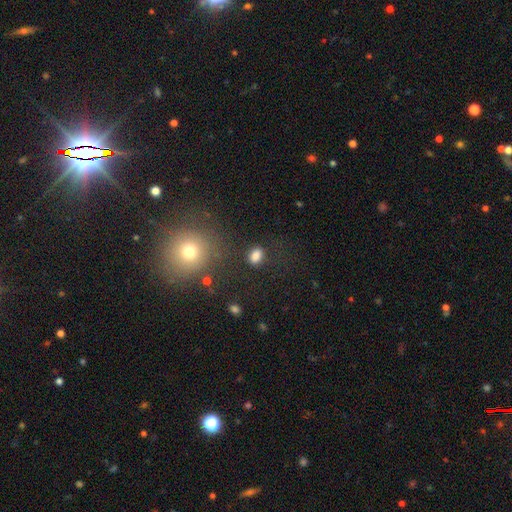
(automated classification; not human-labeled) A smooth galaxy with no disk features (83%) that is in between round and cigar-shaped (70%). Merging: none (80%).